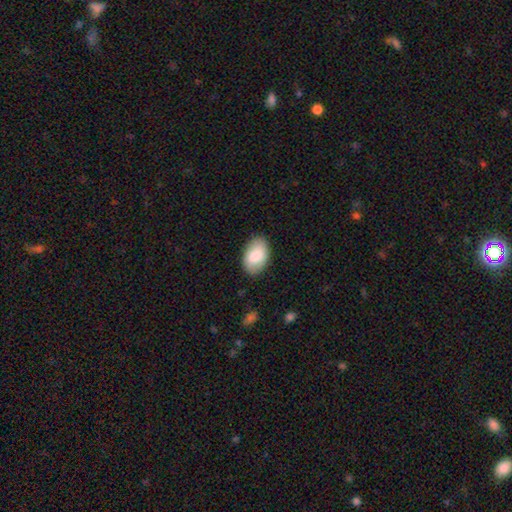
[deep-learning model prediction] Smooth or featured? Predicted: smooth (p=0.83). How rounded? Predicted: in between (p=0.92). Merging? Predicted: none (p=0.86).